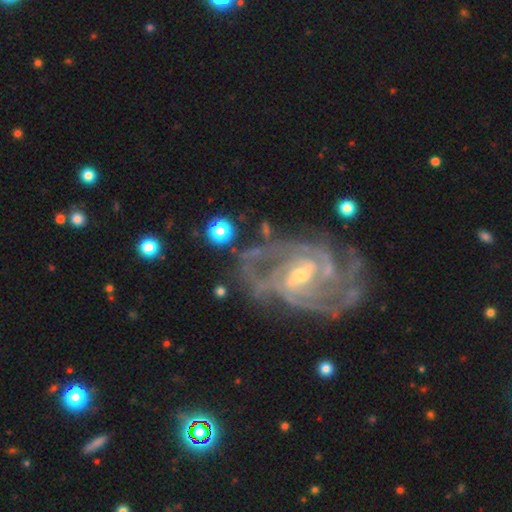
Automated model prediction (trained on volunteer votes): A featured or disk galaxy (91%) with a weak bar (52%), 3 (23%) tight (50%) spiral arms (97%) and a small central bulge (60%).

Vote fractions:
- Smooth or featured? featured or disk: 91% / star or artifact: 5% / smooth: 4%
- Edge-on disk? no: 97% / yes: 3%
- Bar? weak: 52% / strong: 25% / no: 23%
- Spiral arms? yes: 97% / no: 3%
- Spiral winding? tight: 50% / medium: 41% / loose: 9%
- Spiral arm count? 3: 23% / 2: 22% / can't tell: 22% / 4: 18% / more than 4: 8% / 1: 7%
- Bulge size? small: 60% / moderate: 36% / none: 2% / large: 2% / dominant: 1%
- Merging? none: 63% / minor disturbance: 20% / major disturbance: 14% / merger: 3%